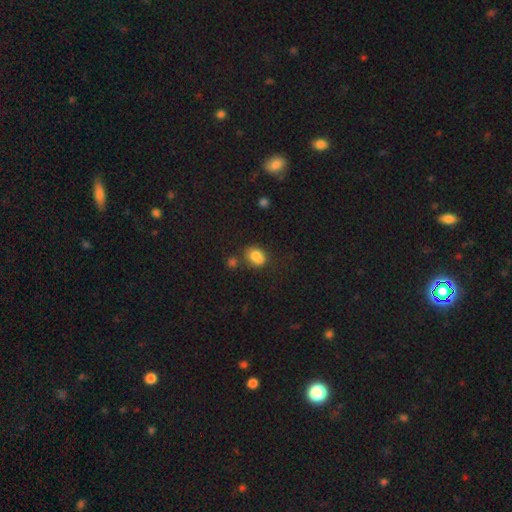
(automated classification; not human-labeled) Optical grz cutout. It shows a smooth galaxy with no disk features (79%) that is in between round and cigar-shaped (55%). Merging: none (51%).